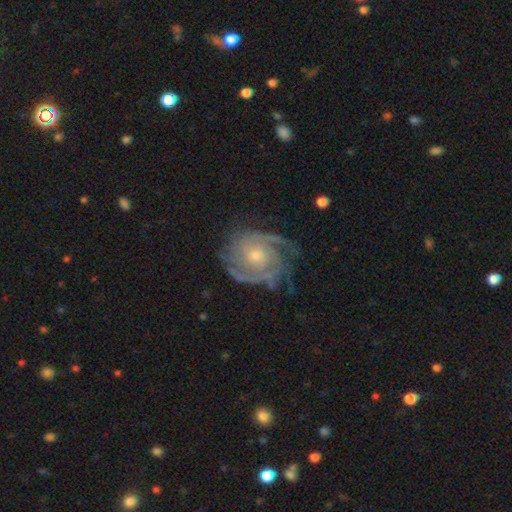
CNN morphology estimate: A featured or disk galaxy (90%) with no bar (72%), 3 (31%) tight (60%) spiral arms (98%) and a small central bulge (49%).

Vote fractions:
- Smooth or featured? featured or disk: 90% / smooth: 5% / star or artifact: 5%
- Edge-on disk? no: 98% / yes: 2%
- Bar? no: 72% / weak: 23% / strong: 5%
- Spiral arms? yes: 98% / no: 2%
- Spiral winding? tight: 60% / medium: 34% / loose: 6%
- Spiral arm count? 3: 31% / 2: 27% / can't tell: 16% / 4: 13% / more than 4: 6% / 1: 6%
- Bulge size? small: 49% / moderate: 46% / large: 2% / none: 2% / dominant: 1%
- Merging? none: 71% / minor disturbance: 19% / major disturbance: 9% / merger: 2%